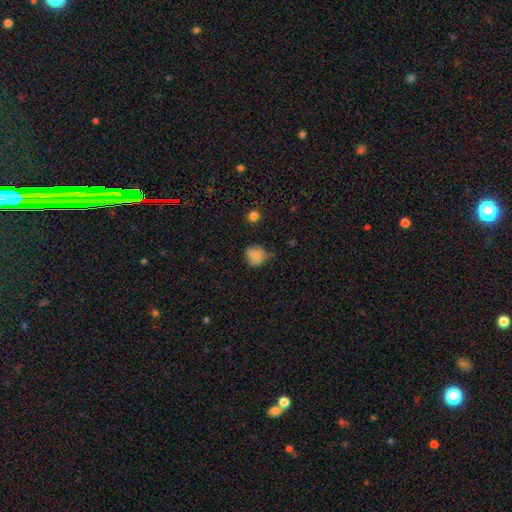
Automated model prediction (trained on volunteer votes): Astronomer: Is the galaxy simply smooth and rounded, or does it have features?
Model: smooth — 77%.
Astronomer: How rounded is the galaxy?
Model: round — 69%.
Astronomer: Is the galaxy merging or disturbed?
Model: none — 48% (runner-up: minor disturbance, 37%).